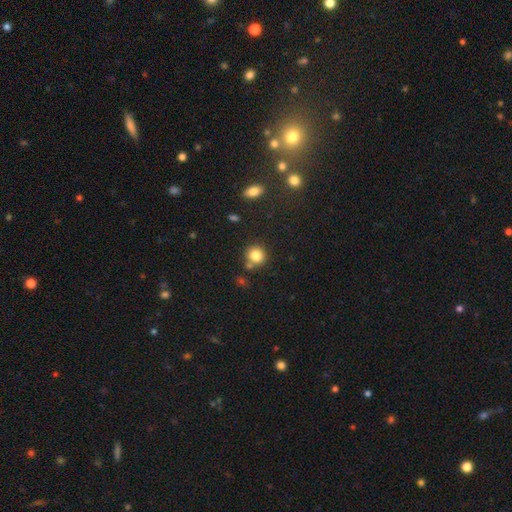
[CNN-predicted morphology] This appears to be a smooth galaxy with no disk features (82%) that is round (89%). Merging: none (75%).